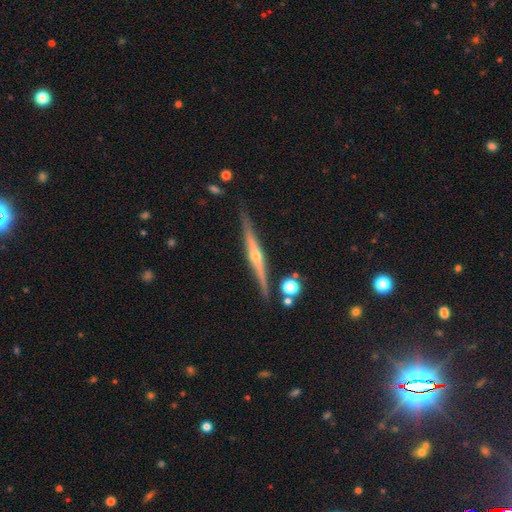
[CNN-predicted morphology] A featured or disk galaxy (84%) viewed edge-on (98%) with a rounded central bulge (89%). Merging: none (88%).